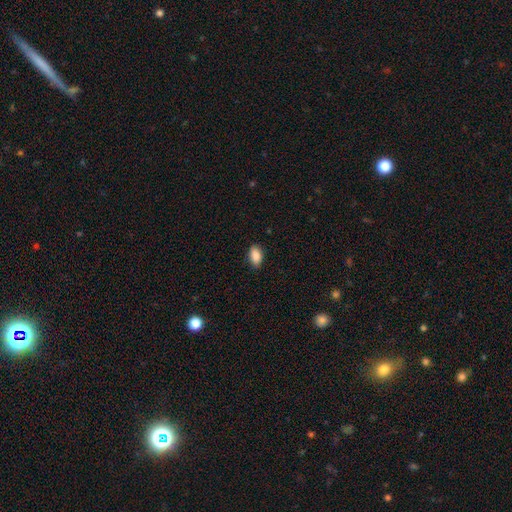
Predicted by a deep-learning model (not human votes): Smooth or featured?
  - smooth: 89% *
  - star or artifact: 7%
  - featured or disk: 4%
How rounded?
  - in between: 92% *
  - round: 5%
  - cigar-shaped: 3%
Merging?
  - none: 86% *
  - minor disturbance: 11%
  - major disturbance: 2%
  - merger: 1%